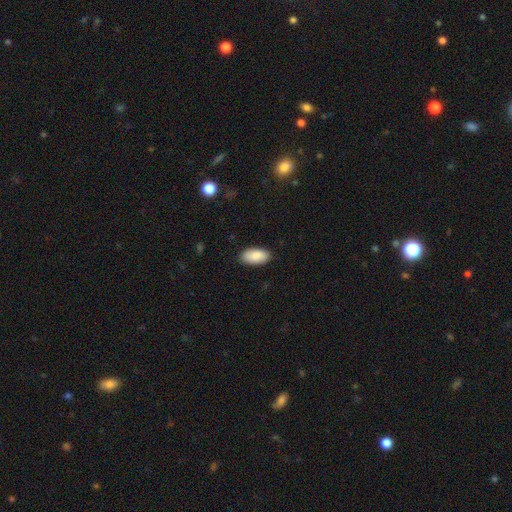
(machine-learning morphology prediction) smooth-or-featured: smooth: 87% | featured or disk: 7% | star or artifact: 6%
  how-rounded: in between: 94% | cigar-shaped: 4% | round: 2%
  merging: none: 86% | minor disturbance: 11% | major disturbance: 2% | merger: 1%